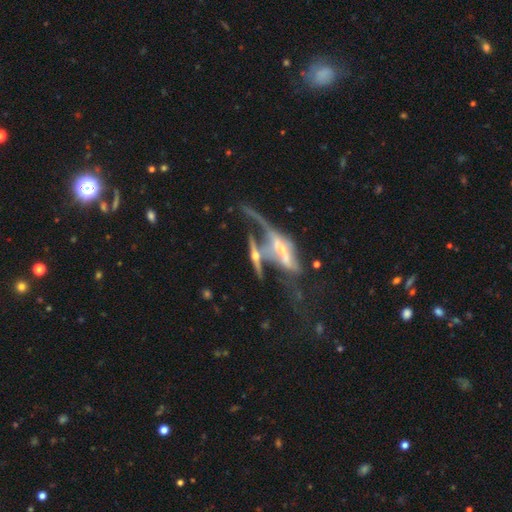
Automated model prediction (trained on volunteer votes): This is likely a featured or disk galaxy (70%). It is possibly viewed edge-on (53%). Merging: possibly merger (54%).